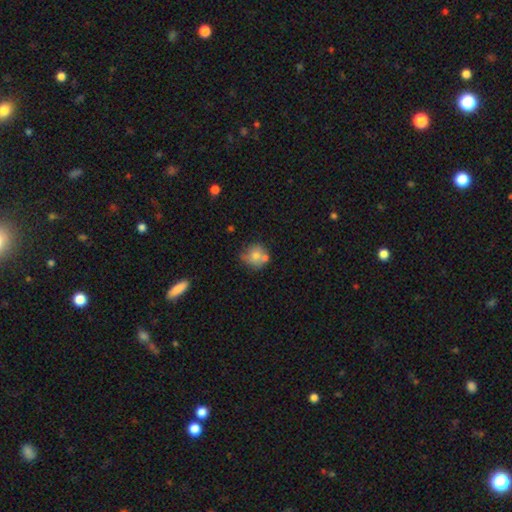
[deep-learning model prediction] The model was most divided on "merging": none: 45%, merger: 26%, minor disturbance: 22%, major disturbance: 7%. More confident: how rounded — round (80%); smooth or featured — smooth (67%).